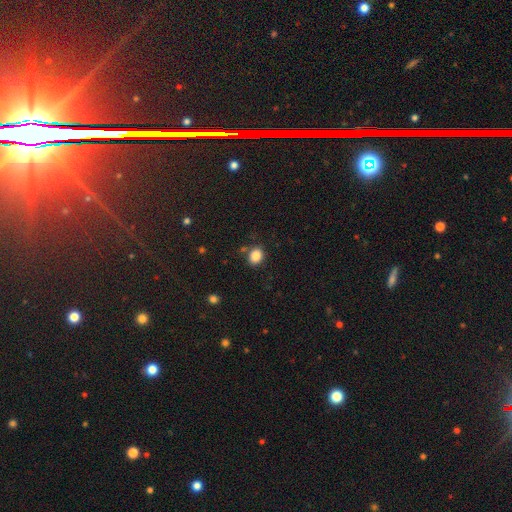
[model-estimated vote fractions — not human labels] Overall: smooth (85%). How rounded: round (50%; in between 49%). Merging: none (79%).